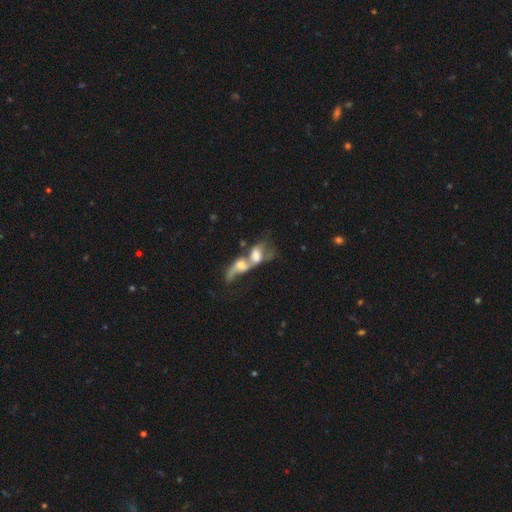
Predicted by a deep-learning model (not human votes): Smooth or featured?
  - featured or disk: 51% *
  - smooth: 39%
  - star or artifact: 10%
Edge-on disk?
  - no: 92% *
  - yes: 8%
Merging?
  - merger: 81% *
  - major disturbance: 9%
  - none: 6%
  - minor disturbance: 4%